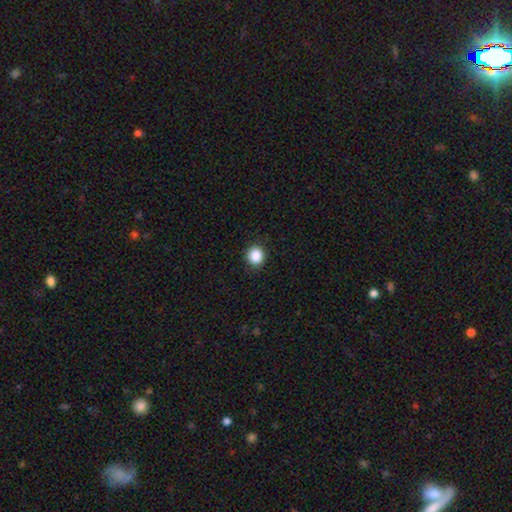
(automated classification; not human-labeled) Morphology: type=smooth (87%); roundness=round (88%); merging=none (90%).